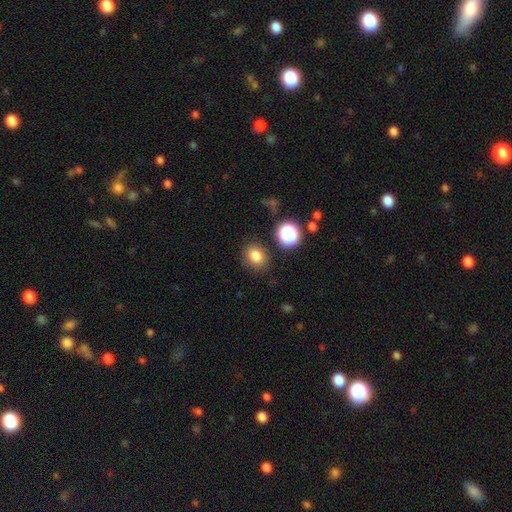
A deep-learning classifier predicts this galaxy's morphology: Smooth or featured? smooth (81%)
How rounded? round (51%)
Merging? none (83%)